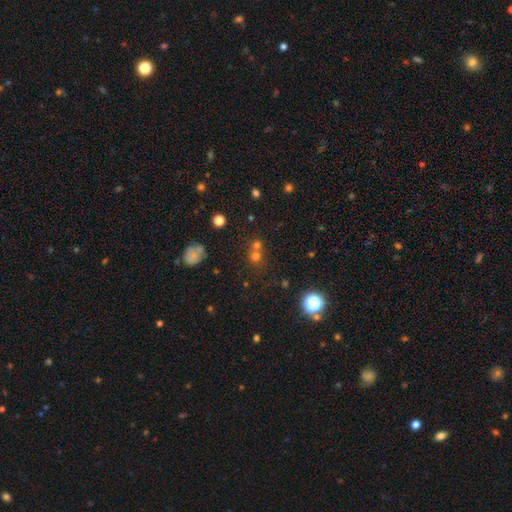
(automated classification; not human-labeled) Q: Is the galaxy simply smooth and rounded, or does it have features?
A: smooth — 57%.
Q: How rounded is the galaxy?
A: round — 85%.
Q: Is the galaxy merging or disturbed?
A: none — 51%.